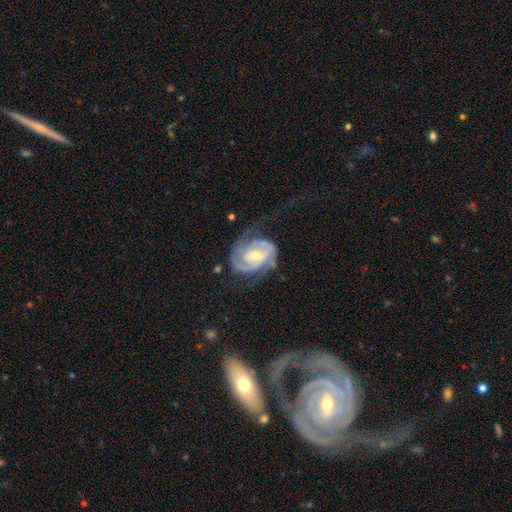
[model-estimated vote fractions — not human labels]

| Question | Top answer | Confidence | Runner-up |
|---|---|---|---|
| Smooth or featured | featured or disk | 88% | smooth (7%) |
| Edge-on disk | no | 98% | yes (2%) |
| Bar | weak | 46% | no (37%) |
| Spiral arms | yes | 96% | no (4%) |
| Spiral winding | tight | 51% | medium (39%) |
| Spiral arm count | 2 | 75% | can't tell (10%) |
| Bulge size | moderate | 55% | small (39%) |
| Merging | none | 61% | minor disturbance (22%) |